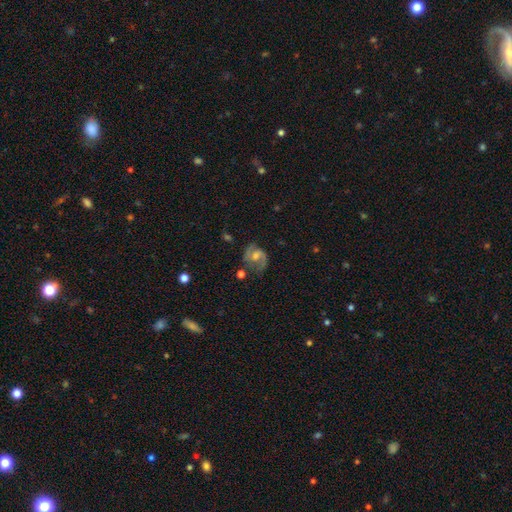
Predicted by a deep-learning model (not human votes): Overall: featured or disk (72%). Edge-on disk: no (97%). Bar: no (45%; weak 44%). Spiral arms: yes (90%). Spiral arm count: 2 (82%). Spiral winding: medium (51%; loose 27%). Bulge size: moderate (57%; small 30%). Merging: none (61%; minor disturbance 22%).